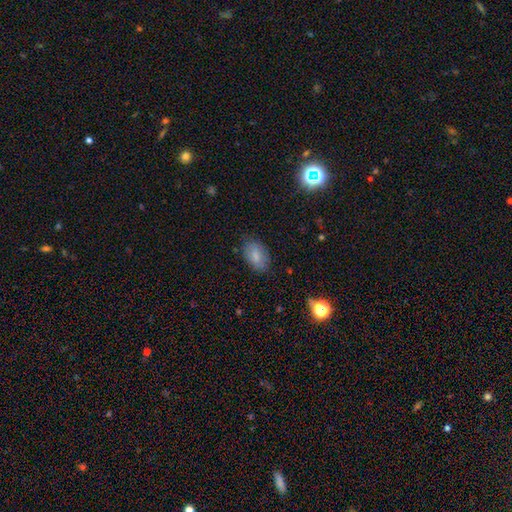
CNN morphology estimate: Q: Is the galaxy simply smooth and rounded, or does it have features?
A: smooth — 77%.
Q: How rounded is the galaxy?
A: in between — 90%.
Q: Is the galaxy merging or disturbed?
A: none — 79%.